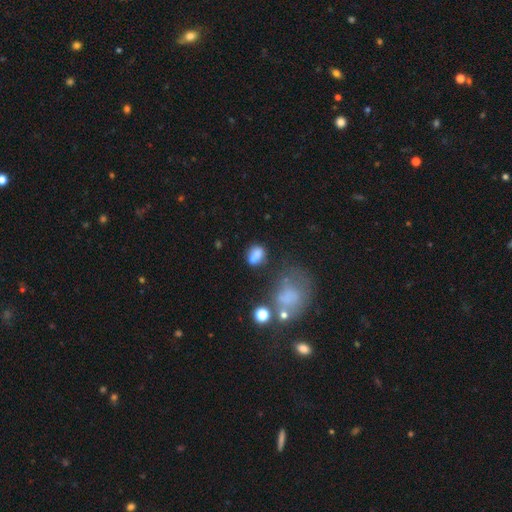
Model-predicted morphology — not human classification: Smooth or featured: smooth — 71% (featured or disk — 15%)
How rounded: in between — 65% (round — 32%)
Merging: none — 44% (merger — 30%)